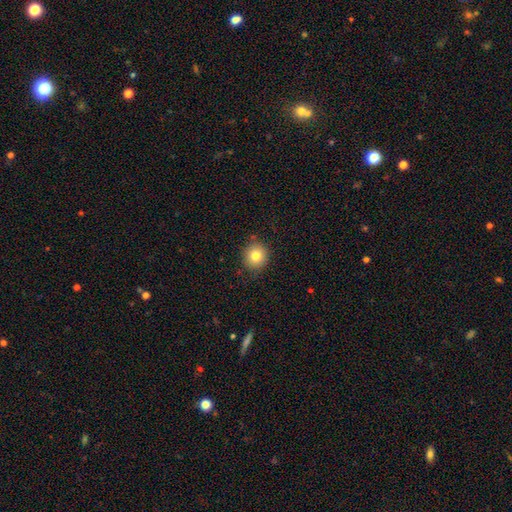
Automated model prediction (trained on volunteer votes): This is clearly a smooth galaxy (80%). How rounded: clearly round (90%). Merging: clearly none (86%).